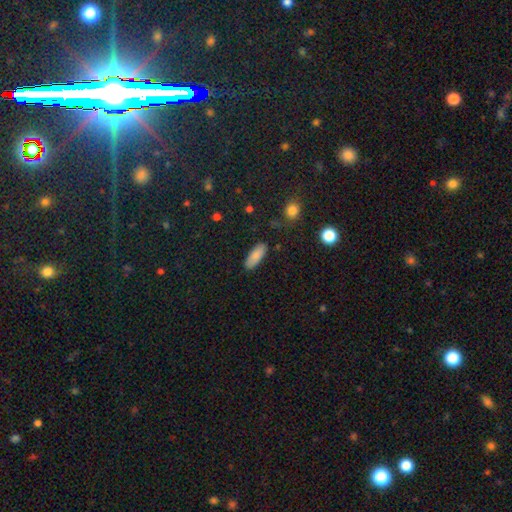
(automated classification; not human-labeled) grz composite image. It shows a smooth galaxy with no disk features (84%) that is in between round and cigar-shaped (73%). Merging: none (85%).